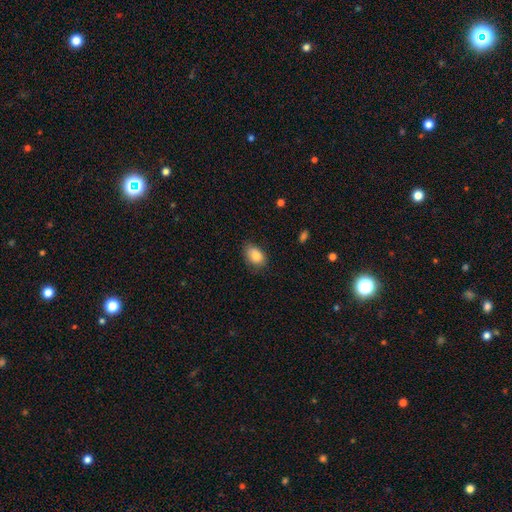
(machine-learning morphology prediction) This appears to be a smooth galaxy with no disk features (84%) that is in between round and cigar-shaped (83%). Merging: none (76%).